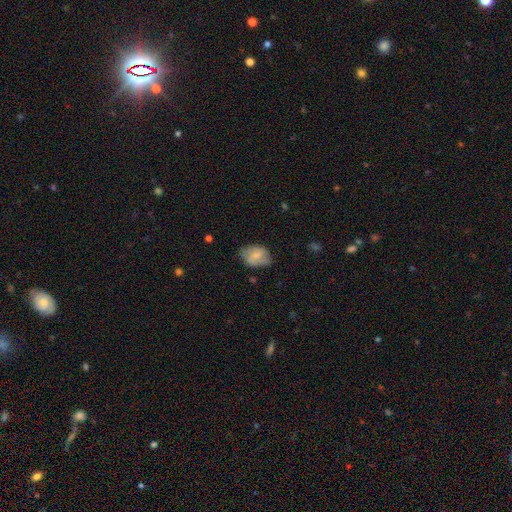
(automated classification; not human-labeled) smooth 63%, featured or disk 29%, star or artifact 7%. Down the decision tree: how rounded — in between (77%); merging — none (63%).